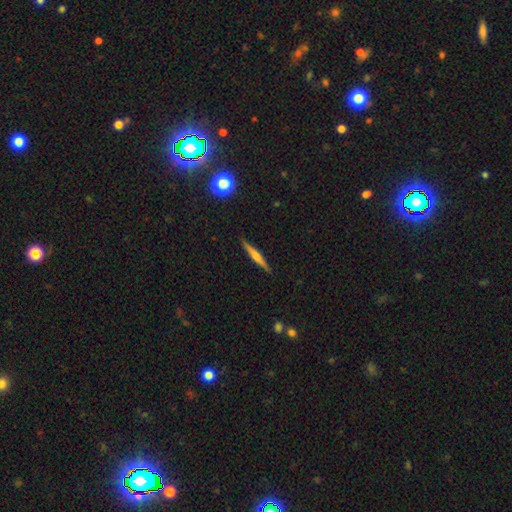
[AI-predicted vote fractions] Smooth or featured?
  - featured or disk: 63% *
  - smooth: 30%
  - star or artifact: 7%
Edge-on disk?
  - yes: 98% *
  - no: 2%
Edge-on bulge?
  - rounded: 77% *
  - none: 14%
  - boxy: 9%
Merging?
  - none: 90% *
  - minor disturbance: 7%
  - major disturbance: 1%
  - merger: 1%